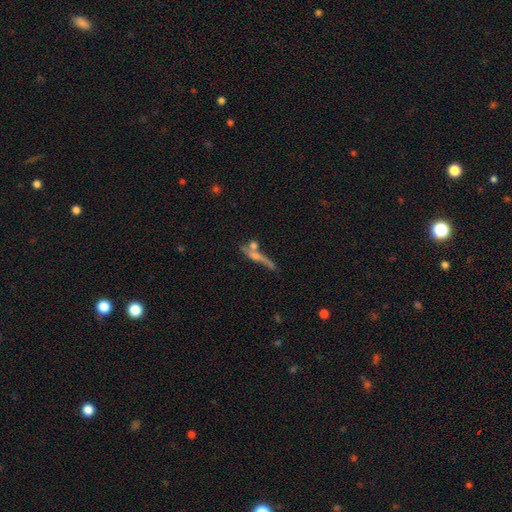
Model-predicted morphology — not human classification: Smooth or featured: featured or disk — 55% (smooth — 33%)
Edge-on disk: yes — 77% (no — 23%)
Merging: none — 49% (merger — 25%)